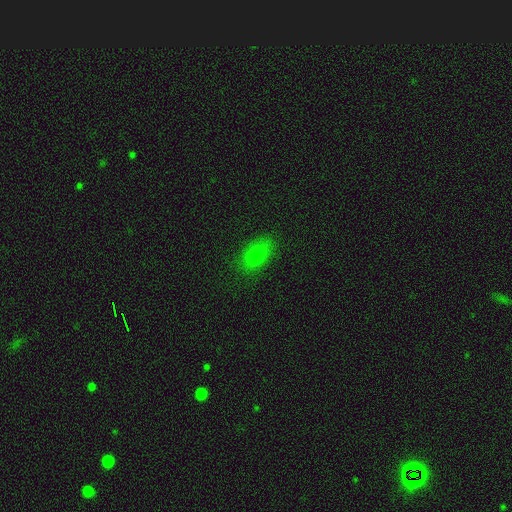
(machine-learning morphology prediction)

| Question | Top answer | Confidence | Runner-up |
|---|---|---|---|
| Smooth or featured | smooth | 77% | star or artifact (13%) |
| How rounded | in between | 85% | round (11%) |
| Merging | none | 78% | minor disturbance (16%) |